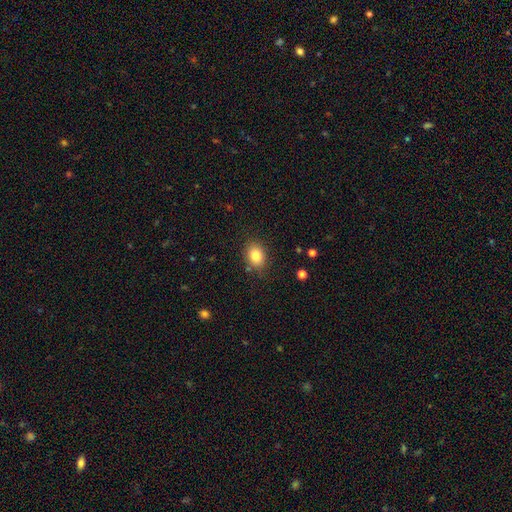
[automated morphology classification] smooth-or-featured: smooth: 82% | star or artifact: 10% | featured or disk: 9%
  how-rounded: in between: 65% | round: 34% | cigar-shaped: 1%
  merging: none: 83% | minor disturbance: 12% | major disturbance: 3% | merger: 2%